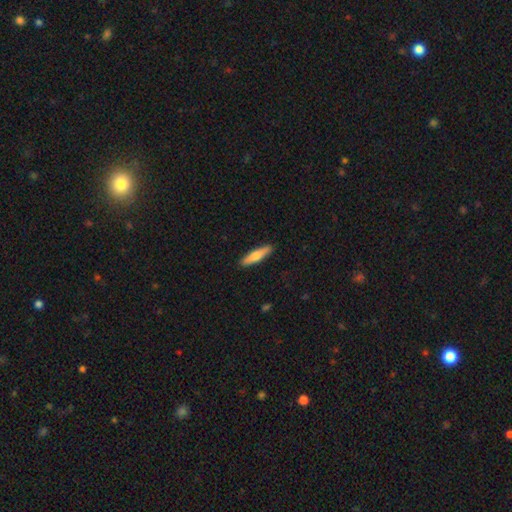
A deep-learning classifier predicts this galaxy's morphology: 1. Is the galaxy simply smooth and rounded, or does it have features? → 64% smooth, 31% featured or disk, 5% star or artifact.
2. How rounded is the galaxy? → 80% cigar-shaped, 18% in between, 2% round.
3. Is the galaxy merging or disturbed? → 91% none, 7% minor disturbance, 1% major disturbance, 1% merger.